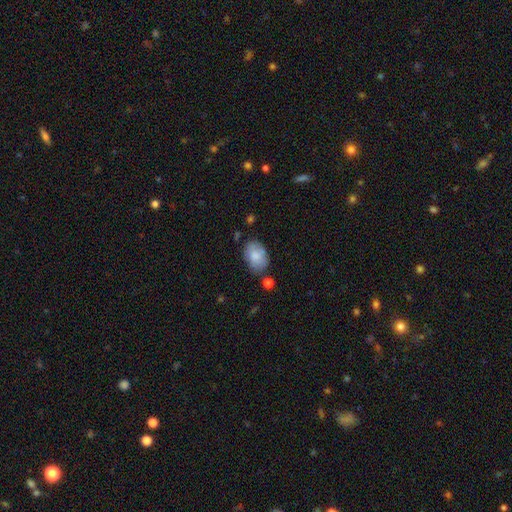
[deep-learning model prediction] This appears to be a smooth galaxy with no disk features (79%) that is in between round and cigar-shaped (87%). Merging: none (69%).